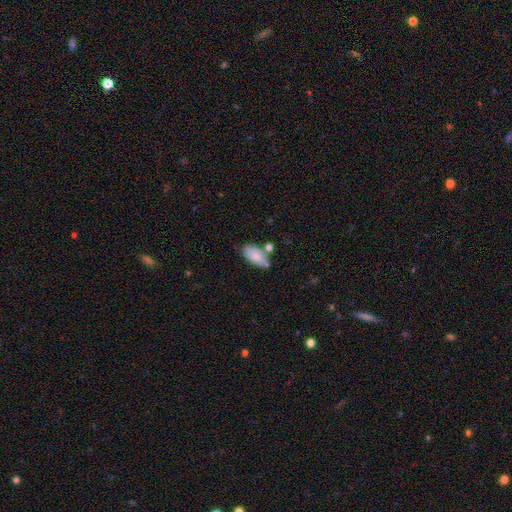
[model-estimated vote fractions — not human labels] smooth_or_featured: smooth (p=0.83) [alt: featured or disk p=0.11]
how_rounded: in between (p=0.92) [alt: cigar-shaped p=0.05]
merging: none (p=0.60) [alt: minor disturbance p=0.21]